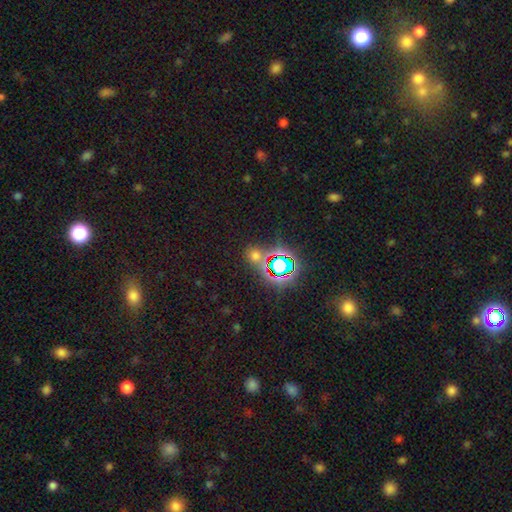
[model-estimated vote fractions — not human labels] Smooth or featured? Predicted: star or artifact (p=0.50).